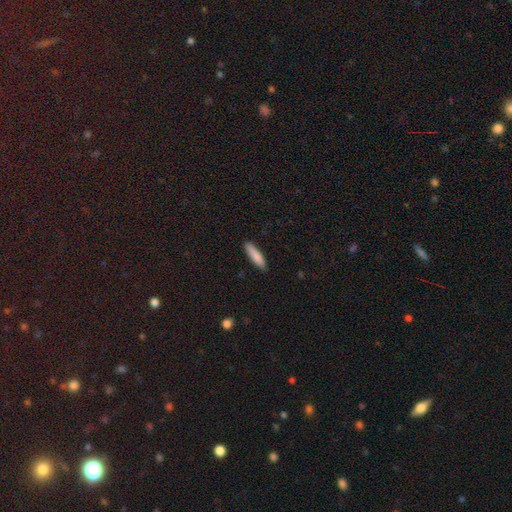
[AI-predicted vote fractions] smooth-or-featured: smooth: 85% | featured or disk: 9% | star or artifact: 6%
  how-rounded: cigar-shaped: 78% | in between: 21% | round: 1%
  merging: none: 89% | minor disturbance: 9% | major disturbance: 2% | merger: 1%